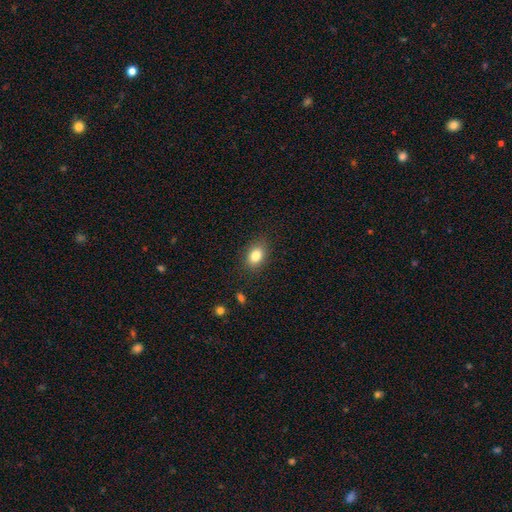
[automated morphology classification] Smooth or featured?
  - smooth: 84% *
  - star or artifact: 9%
  - featured or disk: 7%
How rounded?
  - in between: 78% *
  - round: 20%
  - cigar-shaped: 1%
Merging?
  - none: 84% *
  - minor disturbance: 11%
  - major disturbance: 3%
  - merger: 1%